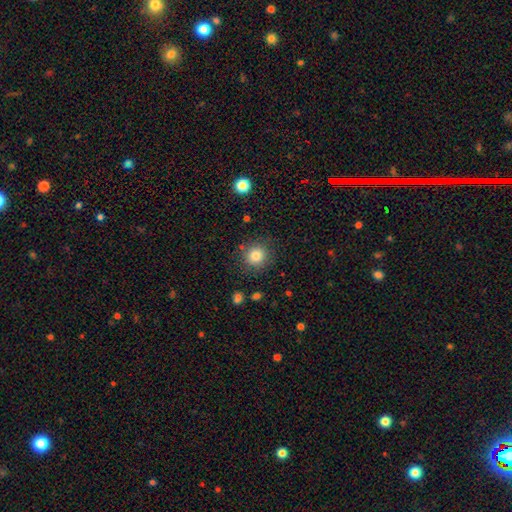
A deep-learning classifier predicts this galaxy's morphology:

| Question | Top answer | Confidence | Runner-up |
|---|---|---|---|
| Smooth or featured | smooth | 83% | star or artifact (11%) |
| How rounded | round | 91% | in between (8%) |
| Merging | none | 85% | minor disturbance (9%) |